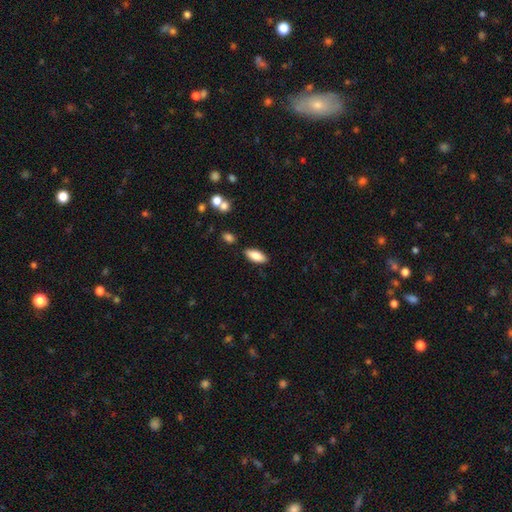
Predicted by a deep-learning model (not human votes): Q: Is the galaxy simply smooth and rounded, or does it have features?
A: smooth — 85%.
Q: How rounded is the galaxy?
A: in between — 83%.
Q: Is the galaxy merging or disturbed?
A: none — 85%.